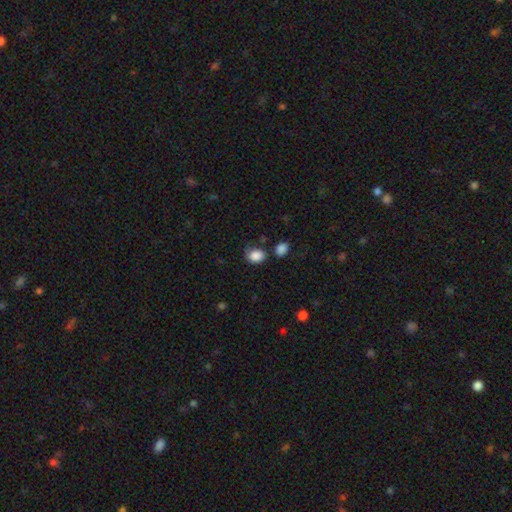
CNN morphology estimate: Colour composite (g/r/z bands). It shows a smooth galaxy with no disk features (87%) that is in between round and cigar-shaped (62%). Merging: none (63%).